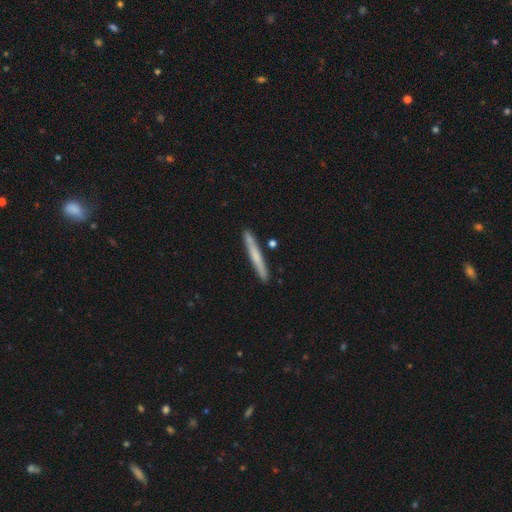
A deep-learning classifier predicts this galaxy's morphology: This is possibly a smooth galaxy (59%). How rounded: clearly cigar-shaped (97%). Merging: clearly none (88%).